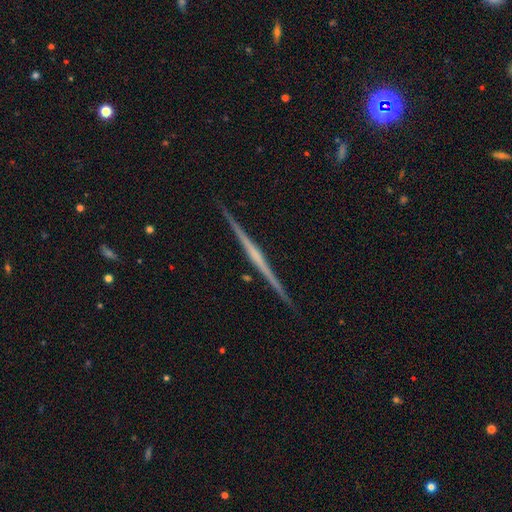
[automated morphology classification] featured or disk 79%, smooth 16%, star or artifact 6%. Down the decision tree: edge-on disk — yes (99%); edge-on bulge — none (65%); merging — none (92%).